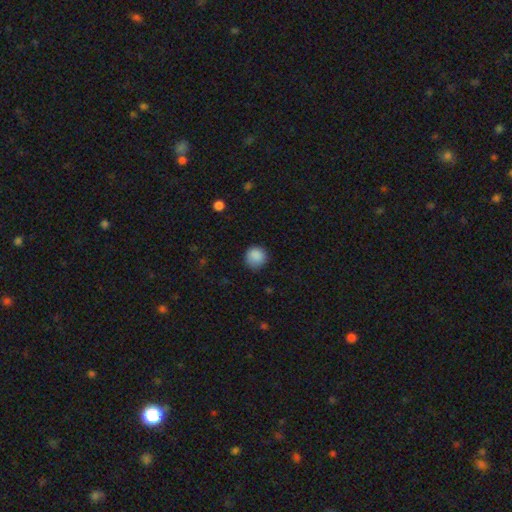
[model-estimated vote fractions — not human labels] The model was most divided on "merging": none: 79%, minor disturbance: 16%, major disturbance: 4%, merger: 1%. More confident: how rounded — round (91%); smooth or featured — smooth (87%).